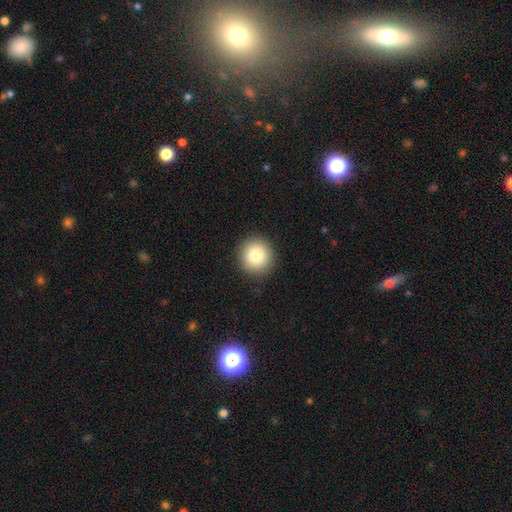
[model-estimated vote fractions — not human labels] Smooth or featured?
  - smooth: 82% *
  - star or artifact: 10%
  - featured or disk: 8%
How rounded?
  - round: 94% *
  - in between: 5%
  - cigar-shaped: 1%
Merging?
  - none: 92% *
  - minor disturbance: 6%
  - major disturbance: 2%
  - merger: 1%